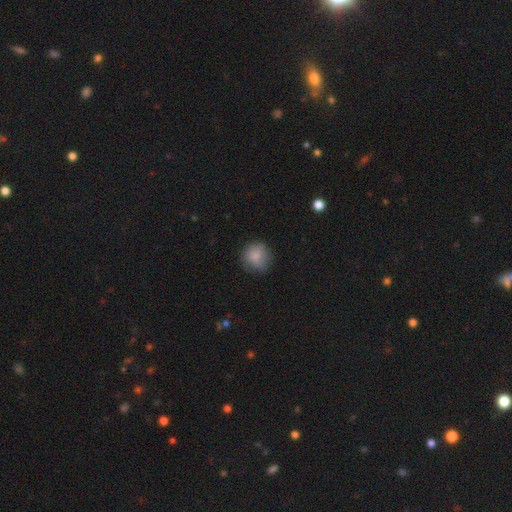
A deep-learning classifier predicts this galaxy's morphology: Overall: smooth (84%). How rounded: round (89%). Merging: none (76%).